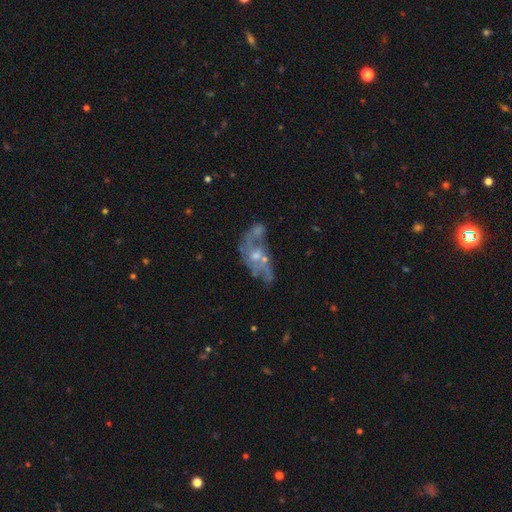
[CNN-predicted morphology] type=featured or disk (70%); edge-on=no (94%); bar=no (73%); spiral arms=yes (54%); bulge=small (46%); merging=none (33%).